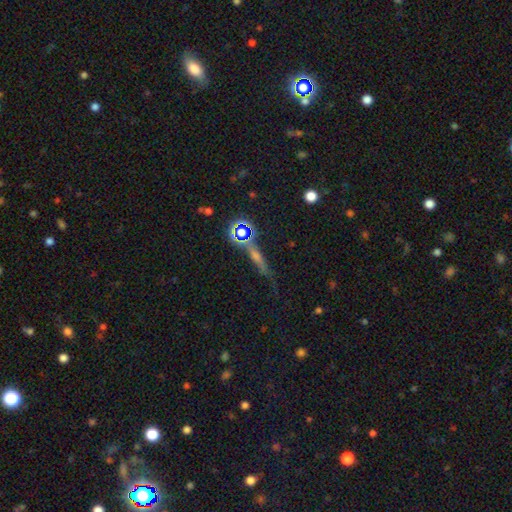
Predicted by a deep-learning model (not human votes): A star or artifact, not a galaxy (38%).